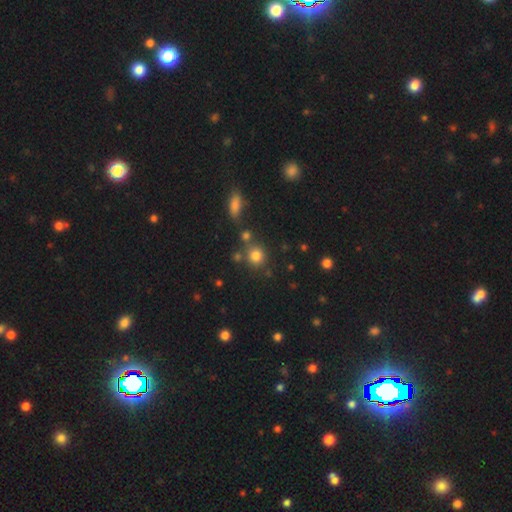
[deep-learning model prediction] Morphology: type=smooth (78%); roundness=round (85%); merging=none (71%).